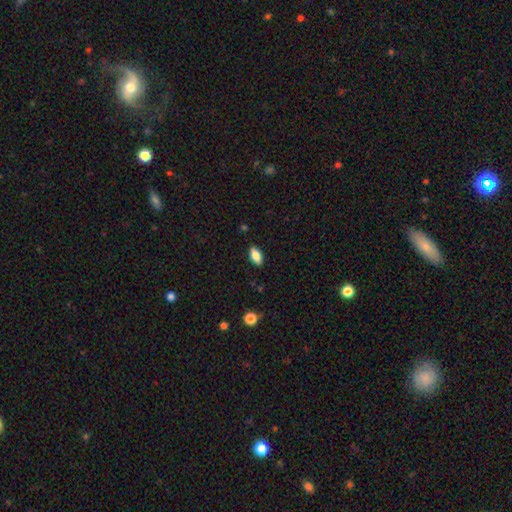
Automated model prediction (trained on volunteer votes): smooth-or-featured: smooth: 80% | featured or disk: 12% | star or artifact: 8%
  how-rounded: in between: 88% | cigar-shaped: 9% | round: 3%
  merging: none: 87% | minor disturbance: 9% | major disturbance: 2% | merger: 1%